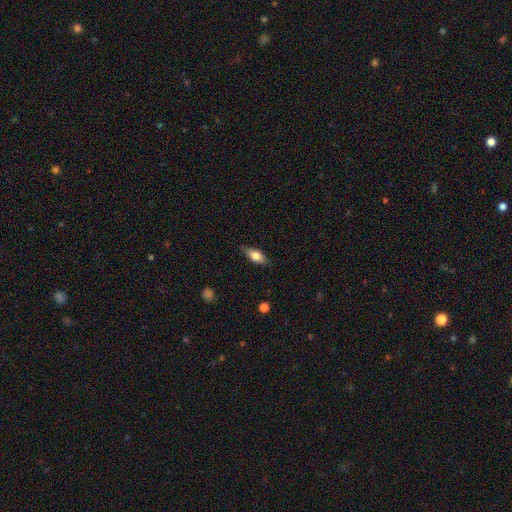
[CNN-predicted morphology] type=smooth (66%); roundness=in between (75%); merging=none (83%).